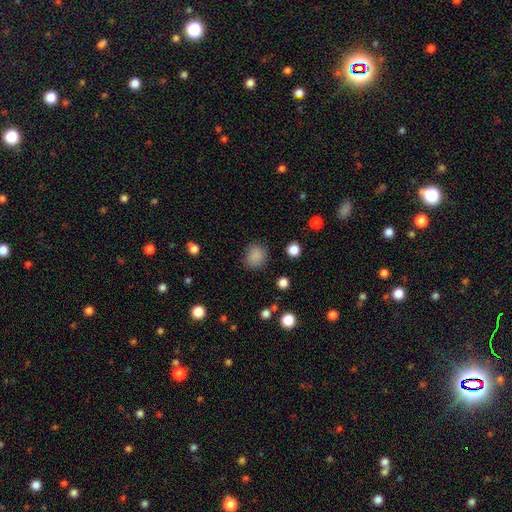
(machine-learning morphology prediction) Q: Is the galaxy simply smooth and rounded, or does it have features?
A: smooth — 85%.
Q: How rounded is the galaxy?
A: round — 76%.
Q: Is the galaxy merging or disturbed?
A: none — 83%.